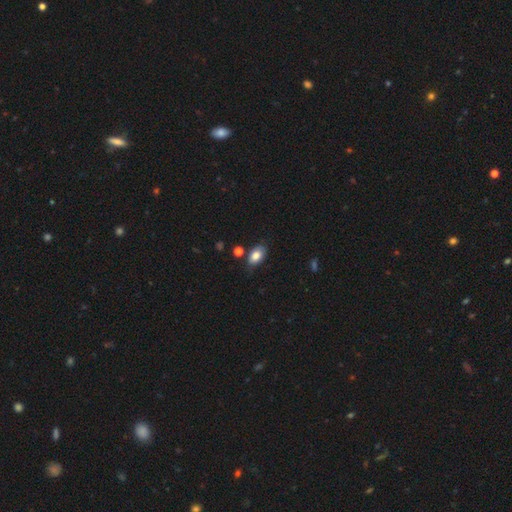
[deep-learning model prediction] Overall: smooth (83%). How rounded: in between (90%). Merging: none (77%).